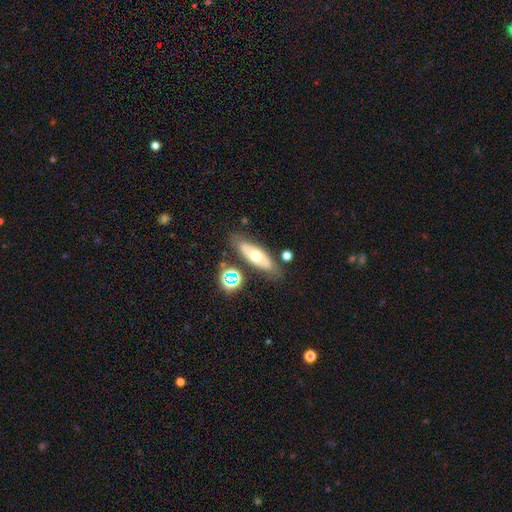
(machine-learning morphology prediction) The model was most divided on "smooth or featured": featured or disk: 48%, smooth: 44%, star or artifact: 8%. More confident: merging — none (76%).